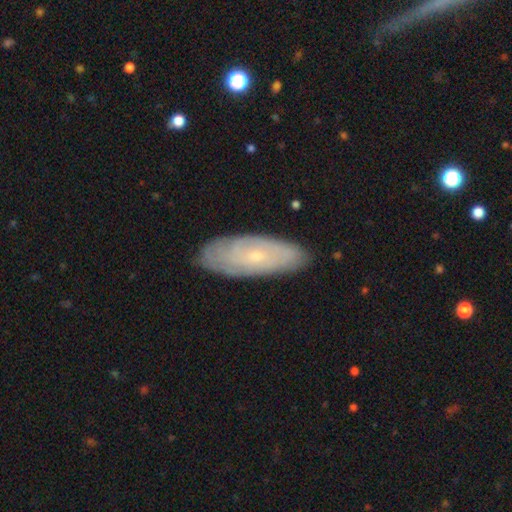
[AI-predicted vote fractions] This is likely a featured or disk galaxy (65%). It is clearly not viewed edge-on (85%). Bar: likely no (77%). Spiral arm pattern: clearly yes (83%). Central bulge: likely small (79%). Merging: clearly none (84%).